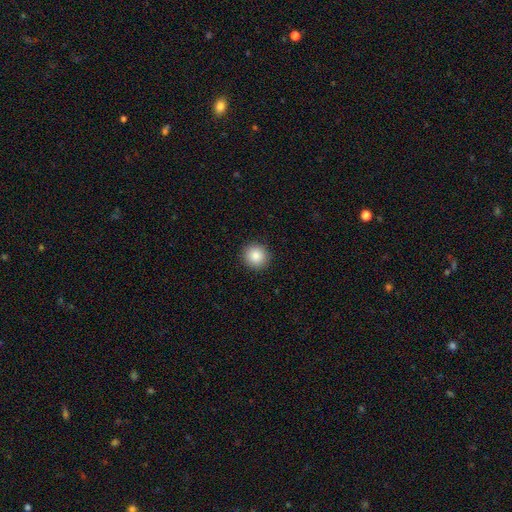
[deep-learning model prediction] Overall: smooth (87%). How rounded: round (91%). Merging: none (92%).